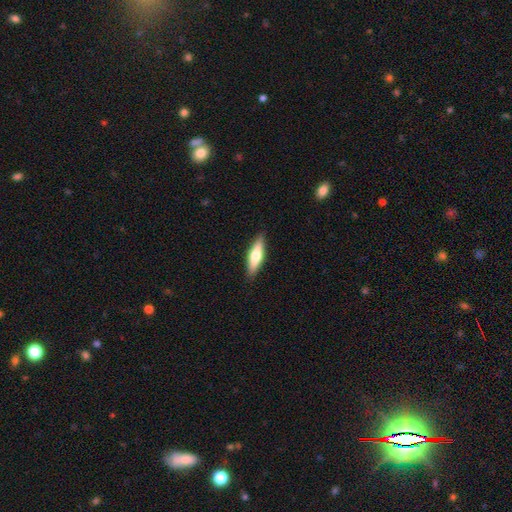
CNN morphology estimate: smooth-or-featured: smooth: 51% | featured or disk: 43% | star or artifact: 6%
  how-rounded: cigar-shaped: 64% | in between: 34% | round: 2%
  merging: none: 89% | minor disturbance: 8% | major disturbance: 2% | merger: 1%